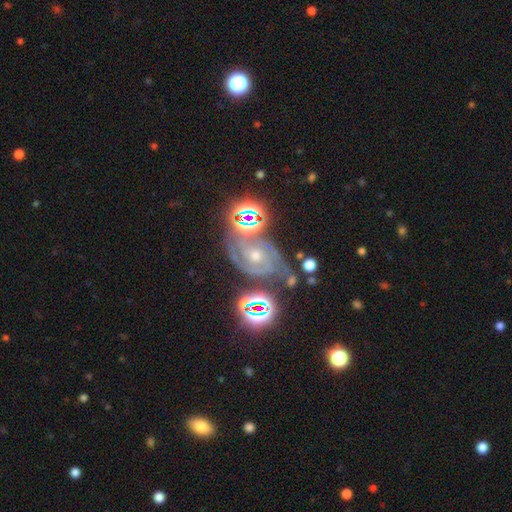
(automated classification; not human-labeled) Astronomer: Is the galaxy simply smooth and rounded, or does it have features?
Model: featured or disk — 73%.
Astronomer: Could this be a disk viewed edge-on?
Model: no — 97%.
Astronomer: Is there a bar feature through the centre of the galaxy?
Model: no — 63%.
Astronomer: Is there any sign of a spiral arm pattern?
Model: yes — 96%.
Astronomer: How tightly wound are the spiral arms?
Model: tight — 56% (runner-up: medium, 37%).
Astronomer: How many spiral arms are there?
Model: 2 — 55%.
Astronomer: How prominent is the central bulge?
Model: moderate — 58% (runner-up: small, 34%).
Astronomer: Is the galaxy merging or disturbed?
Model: none — 53%.